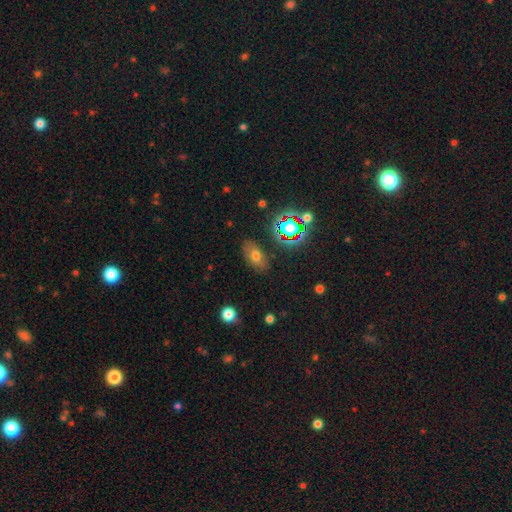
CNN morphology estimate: Q: Smooth or featured?
A: smooth (65%); runner-up: star or artifact (18%)
Q: How rounded?
A: in between (87%); runner-up: round (9%)
Q: Merging?
A: none (82%); runner-up: minor disturbance (12%)